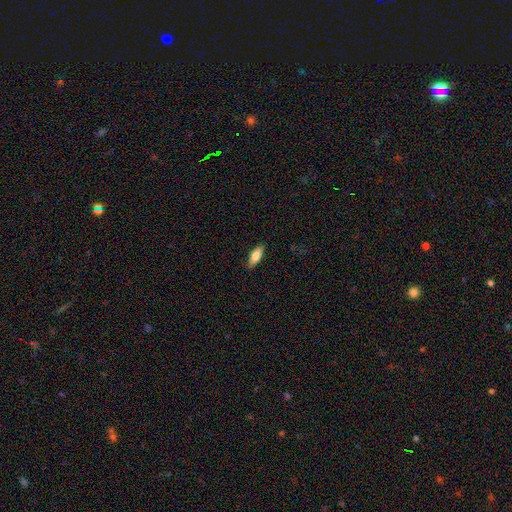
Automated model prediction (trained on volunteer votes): Smooth or featured? smooth (72%)
How rounded? in between (68%)
Merging? none (87%)